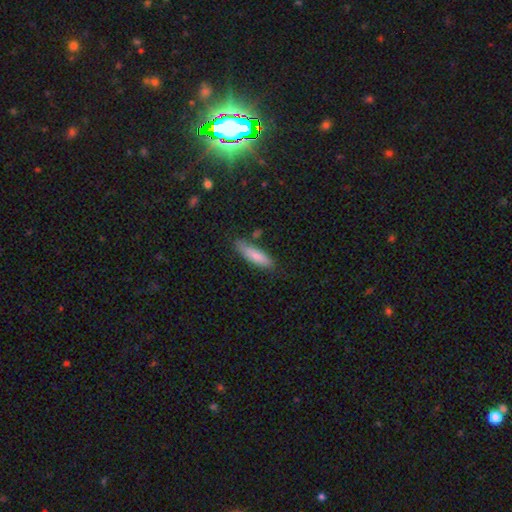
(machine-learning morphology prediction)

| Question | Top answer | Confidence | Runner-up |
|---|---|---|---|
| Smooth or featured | smooth | 82% | featured or disk (12%) |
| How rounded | cigar-shaped | 71% | in between (27%) |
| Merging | none | 75% | minor disturbance (17%) |